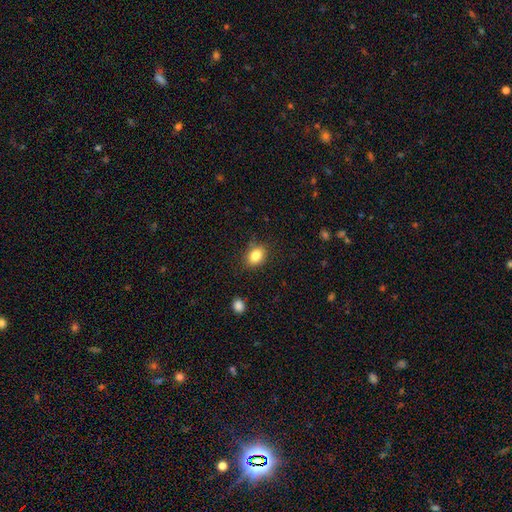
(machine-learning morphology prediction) smooth 84%, star or artifact 9%, featured or disk 7%. Down the decision tree: how rounded — in between (63%); merging — none (83%).